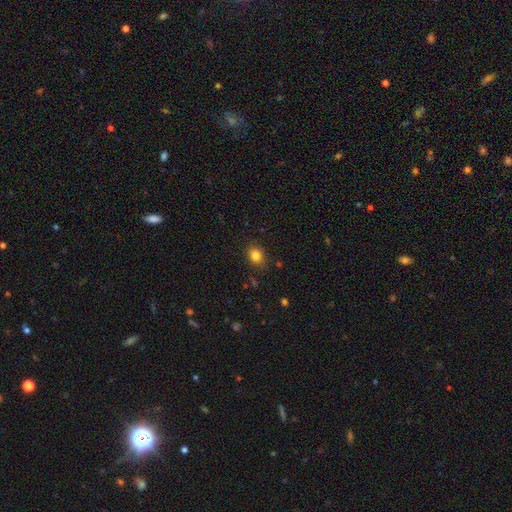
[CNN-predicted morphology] type=smooth (83%); roundness=round (60%); merging=none (84%).